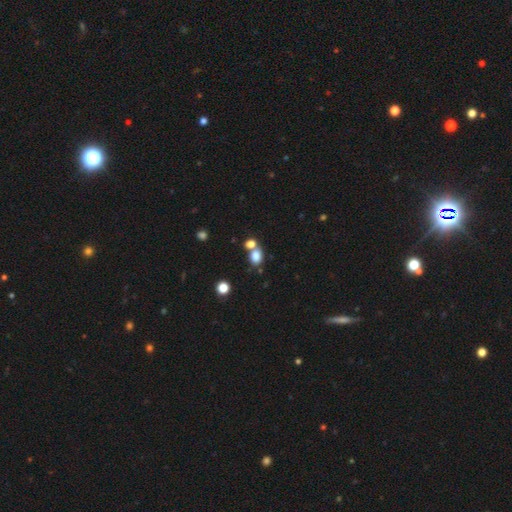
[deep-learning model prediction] Smooth or featured?
  - smooth: 79% *
  - star or artifact: 13%
  - featured or disk: 8%
How rounded?
  - in between: 67% *
  - round: 32%
  - cigar-shaped: 1%
Merging?
  - none: 45% *
  - merger: 41%
  - minor disturbance: 10%
  - major disturbance: 4%